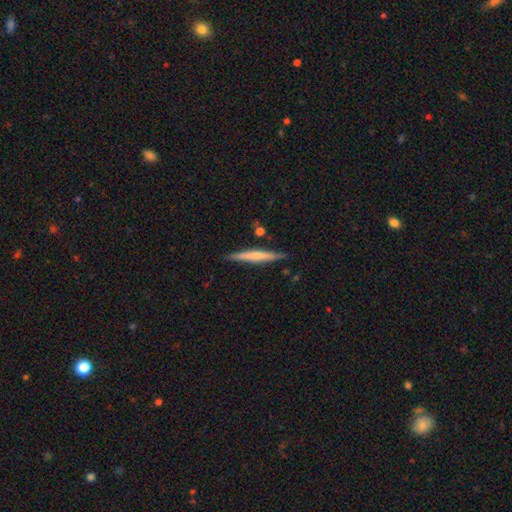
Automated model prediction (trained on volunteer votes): A smooth galaxy with no disk features (51%) that is cigar-shaped (95%).

Vote fractions:
- Smooth or featured? smooth: 51% / featured or disk: 44% / star or artifact: 5%
- How rounded? cigar-shaped: 95% / in between: 3% / round: 1%
- Merging? none: 87% / minor disturbance: 9% / merger: 2% / major disturbance: 2%